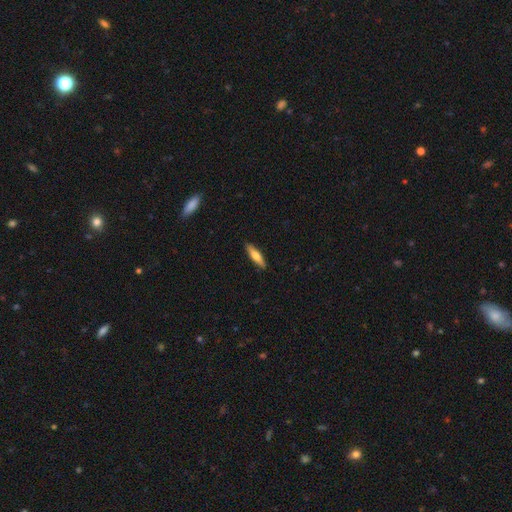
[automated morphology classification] A smooth galaxy with no disk features (63%) that is cigar-shaped (73%).

Vote fractions:
- Smooth or featured? smooth: 63% / featured or disk: 31% / star or artifact: 6%
- How rounded? cigar-shaped: 73% / in between: 25% / round: 2%
- Merging? none: 89% / minor disturbance: 9% / major disturbance: 2% / merger: 1%